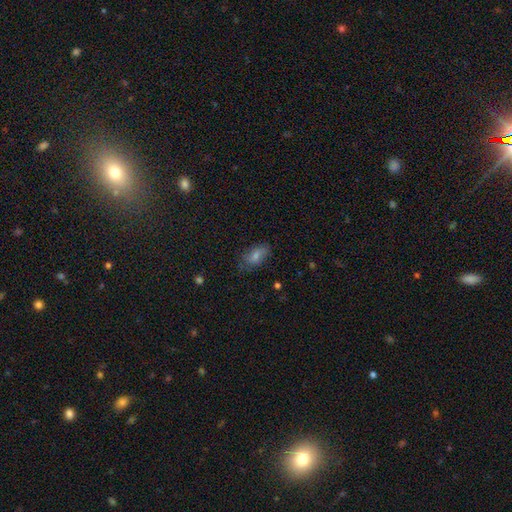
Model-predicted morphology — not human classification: Overall: smooth (50%; featured or disk 28%). Merging: none (73%).